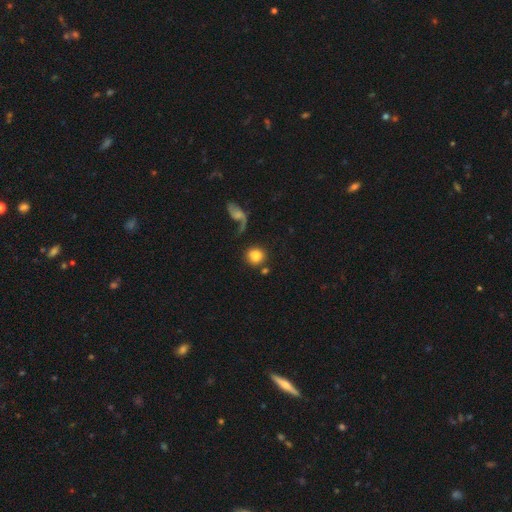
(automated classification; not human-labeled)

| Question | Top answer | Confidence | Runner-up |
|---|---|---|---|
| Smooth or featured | smooth | 78% | featured or disk (13%) |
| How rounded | round | 88% | in between (10%) |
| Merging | none | 68% | merger (13%) |